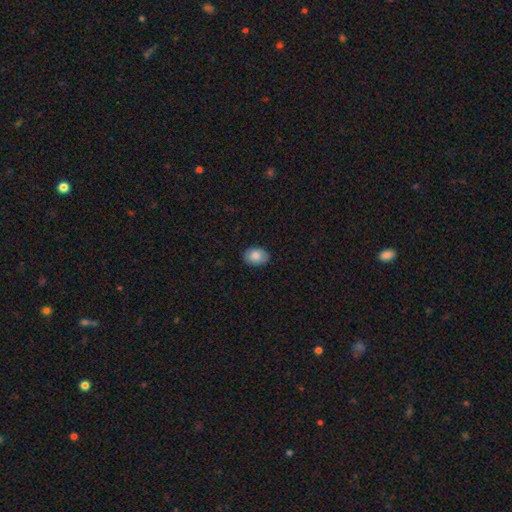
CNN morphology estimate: smooth_or_featured: smooth (p=0.83) [alt: featured or disk p=0.09]
how_rounded: in between (p=0.76) [alt: round p=0.23]
merging: none (p=0.86) [alt: minor disturbance p=0.11]